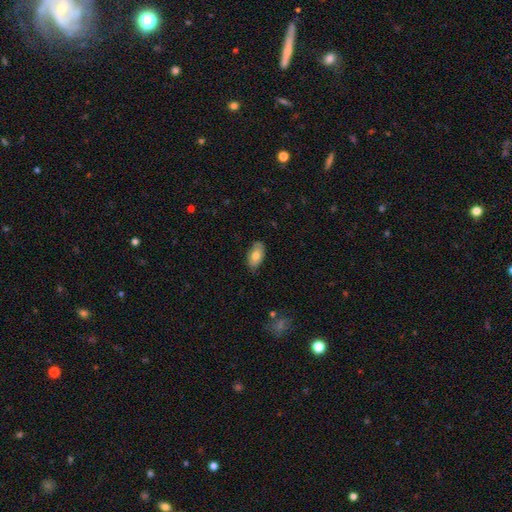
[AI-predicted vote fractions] smooth-or-featured: smooth: 77% | featured or disk: 17% | star or artifact: 6%
  how-rounded: in between: 93% | cigar-shaped: 3% | round: 3%
  merging: none: 80% | minor disturbance: 16% | major disturbance: 2% | merger: 1%